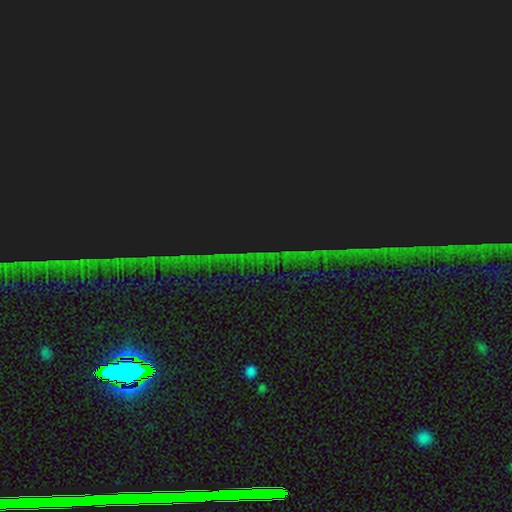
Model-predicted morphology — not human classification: This appears to be a star or artifact, not a galaxy (86%).